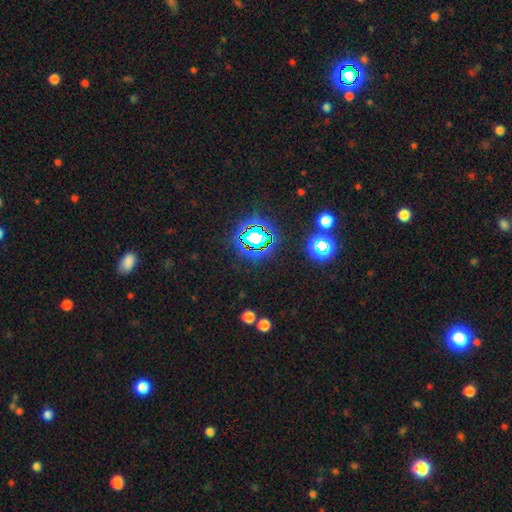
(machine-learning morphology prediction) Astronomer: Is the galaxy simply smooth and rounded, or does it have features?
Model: star or artifact — 80%.